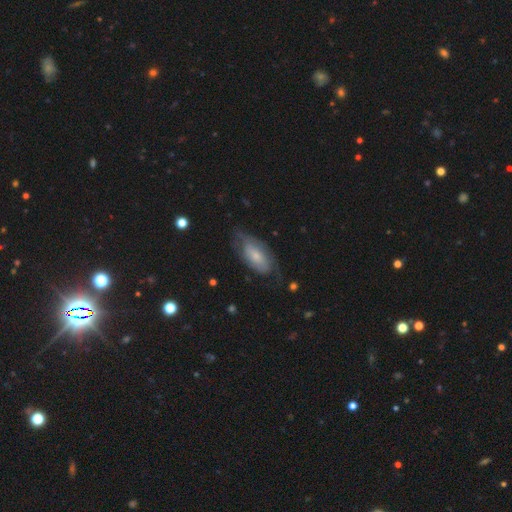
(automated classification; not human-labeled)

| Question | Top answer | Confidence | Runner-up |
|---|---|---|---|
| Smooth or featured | featured or disk | 49% | smooth (44%) |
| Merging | none | 56% | minor disturbance (28%) |